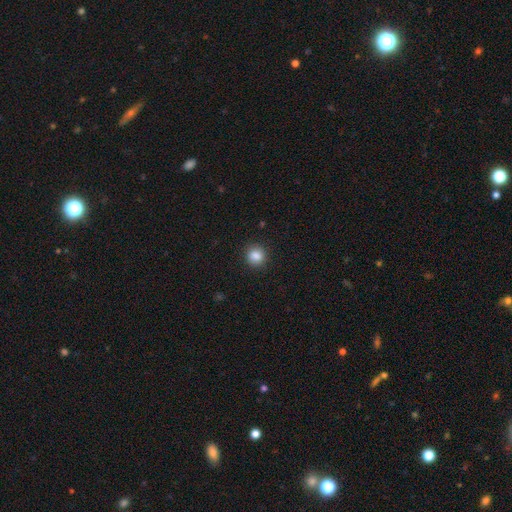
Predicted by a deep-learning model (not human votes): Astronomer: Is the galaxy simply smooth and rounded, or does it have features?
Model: smooth — 87%.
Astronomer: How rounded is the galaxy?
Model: round — 86%.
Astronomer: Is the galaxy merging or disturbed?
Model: none — 89%.